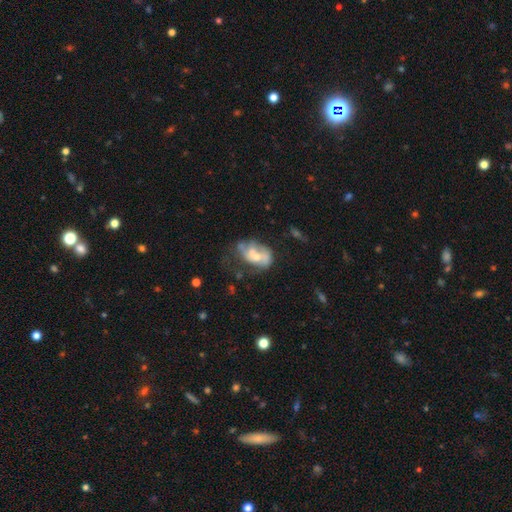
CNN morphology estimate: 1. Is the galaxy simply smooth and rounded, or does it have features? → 51% featured or disk, 40% smooth, 9% star or artifact.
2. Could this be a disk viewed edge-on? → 97% no, 3% yes.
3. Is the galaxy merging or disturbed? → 35% merger, 23% none, 22% major disturbance, 19% minor disturbance.